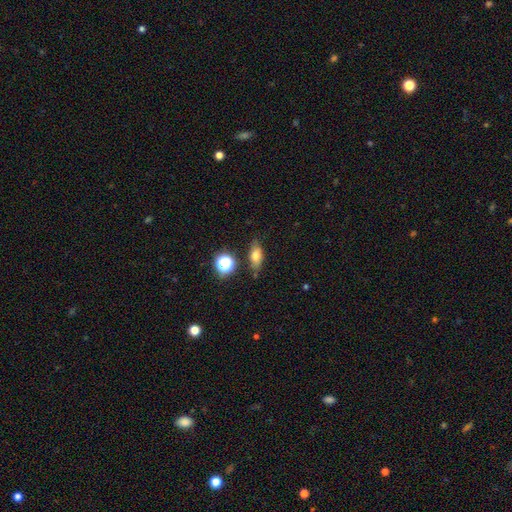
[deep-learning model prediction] Smooth or featured? smooth (70%)
How rounded? in between (72%)
Merging? none (77%)